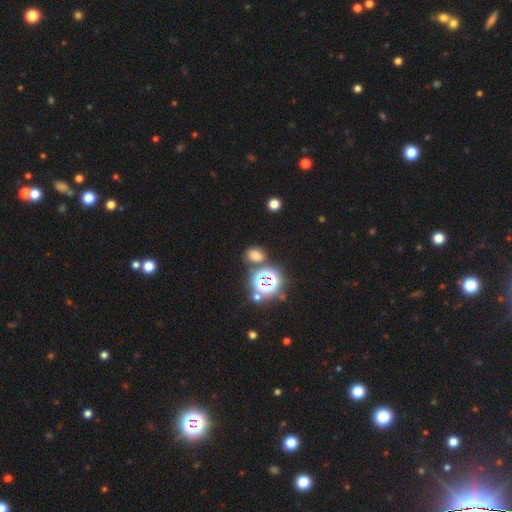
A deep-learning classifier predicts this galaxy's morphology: A smooth galaxy with no disk features (56%) that is in between round and cigar-shaped (55%).

Vote fractions:
- Smooth or featured? smooth: 56% / star or artifact: 36% / featured or disk: 9%
- How rounded? in between: 55% / round: 43% / cigar-shaped: 1%
- Merging? none: 69% / minor disturbance: 15% / merger: 10% / major disturbance: 6%